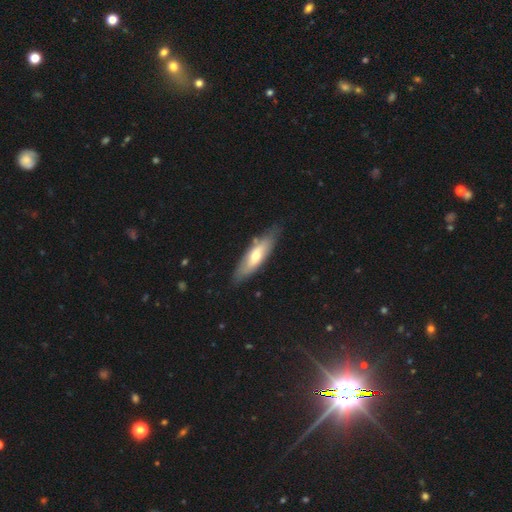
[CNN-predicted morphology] This is possibly a smooth galaxy (50%). How rounded: possibly cigar-shaped (51%). Merging: likely none (79%).